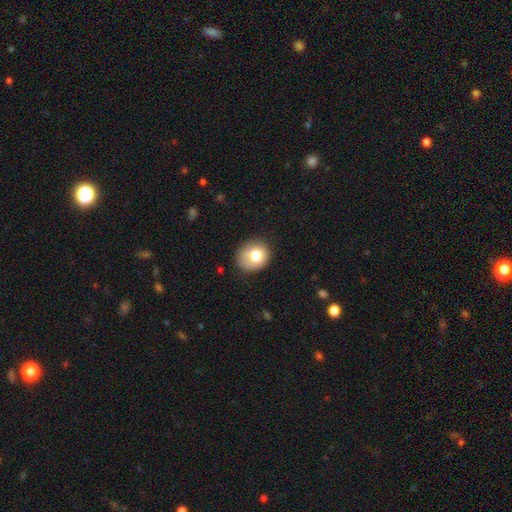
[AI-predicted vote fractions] smooth 75%, featured or disk 15%, star or artifact 9%. Down the decision tree: how rounded — round (70%); merging — none (75%).